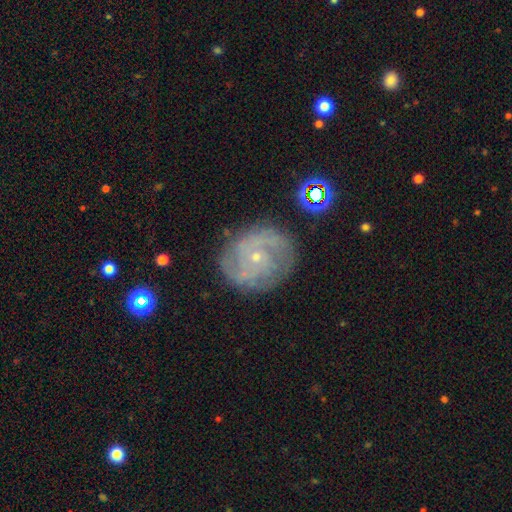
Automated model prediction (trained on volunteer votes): featured or disk 79%, smooth 13%, star or artifact 8%. Down the decision tree: edge-on disk — no (98%); bar — no (74%); spiral arms — yes (92%); spiral arm count — 2 (39%); spiral winding — tight (53%); bulge size — small (84%); merging — none (78%).